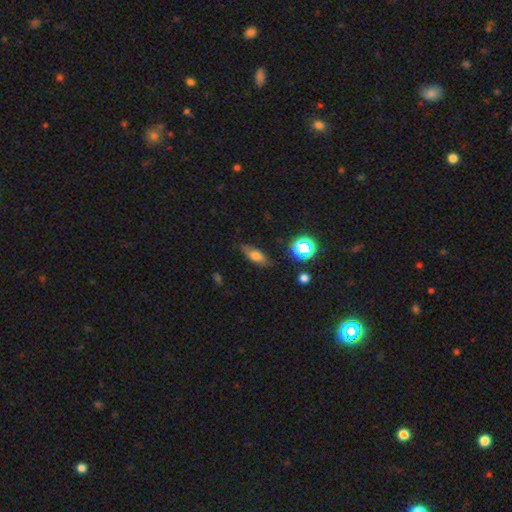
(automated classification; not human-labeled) A smooth galaxy with no disk features (67%) that is in between round and cigar-shaped (66%).

Vote fractions:
- Smooth or featured? smooth: 67% / featured or disk: 21% / star or artifact: 12%
- How rounded? in between: 66% / cigar-shaped: 27% / round: 6%
- Merging? none: 81% / minor disturbance: 14% / major disturbance: 3% / merger: 2%